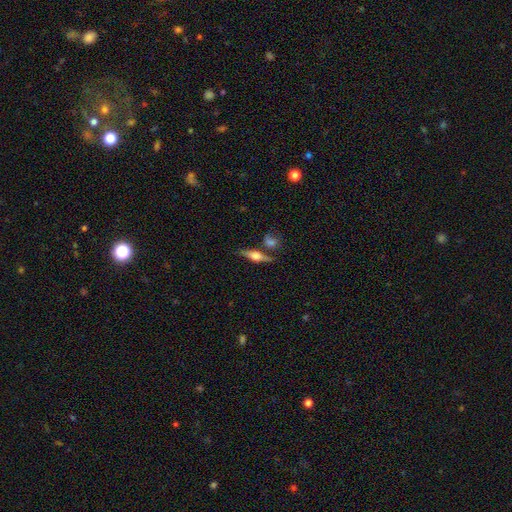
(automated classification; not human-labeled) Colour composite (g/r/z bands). It shows a featured or disk galaxy (66%) viewed edge-on (95%) with a rounded central bulge (88%). Merging: none (71%).